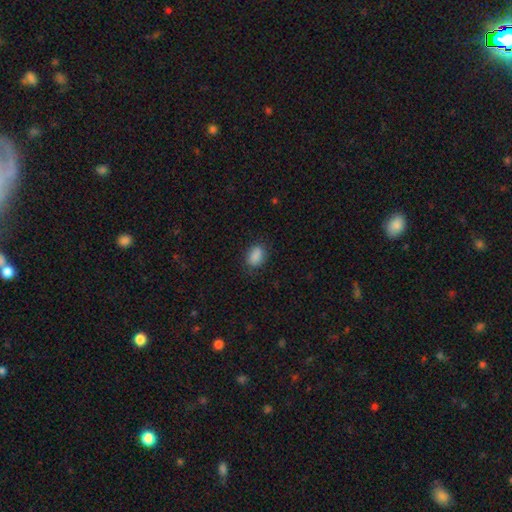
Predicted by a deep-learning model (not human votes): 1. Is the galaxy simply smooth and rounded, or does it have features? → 88% smooth, 9% star or artifact, 4% featured or disk.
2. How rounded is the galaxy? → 79% in between, 20% round, 2% cigar-shaped.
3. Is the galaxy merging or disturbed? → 81% none, 14% minor disturbance, 4% major disturbance, 1% merger.